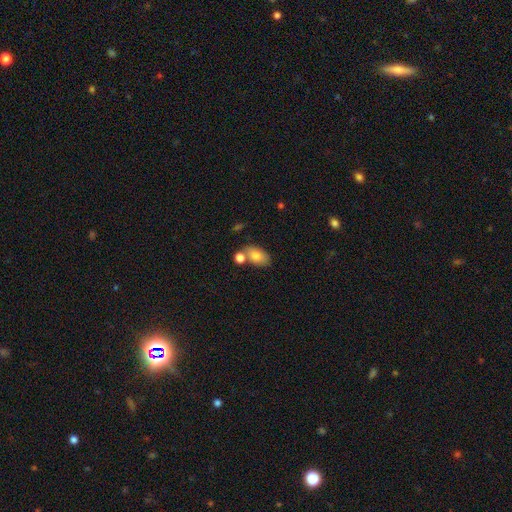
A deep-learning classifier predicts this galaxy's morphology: A smooth galaxy with no disk features (79%) that is in between round and cigar-shaped (88%). Merging: none (56%).